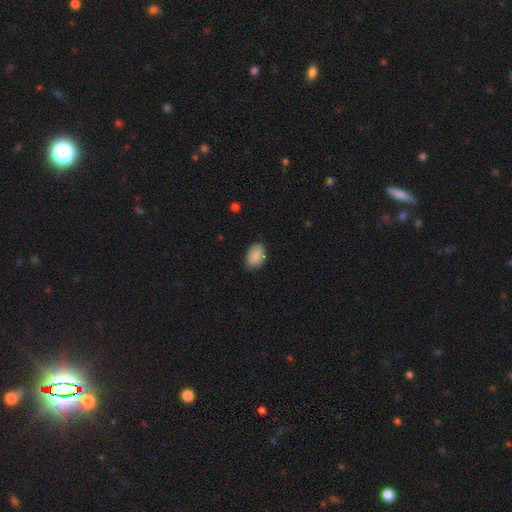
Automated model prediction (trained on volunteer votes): Smooth or featured?
  - smooth: 89% *
  - star or artifact: 7%
  - featured or disk: 4%
How rounded?
  - in between: 88% *
  - round: 11%
  - cigar-shaped: 1%
Merging?
  - none: 79% *
  - minor disturbance: 17%
  - major disturbance: 3%
  - merger: 1%